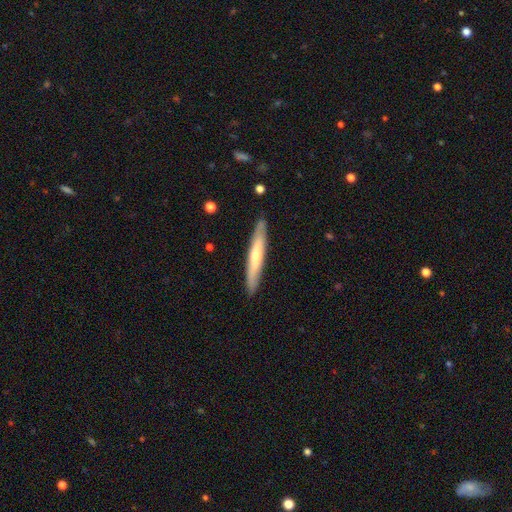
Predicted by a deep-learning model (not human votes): This is possibly a smooth galaxy (48%). Merging: clearly none (89%).